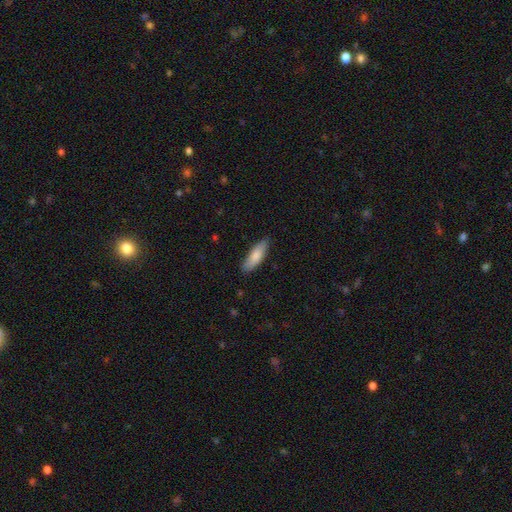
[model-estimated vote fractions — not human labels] smooth_or_featured: smooth (p=0.82) [alt: featured or disk p=0.13]
how_rounded: in between (p=0.53) [alt: cigar-shaped p=0.46]
merging: none (p=0.84) [alt: minor disturbance p=0.13]